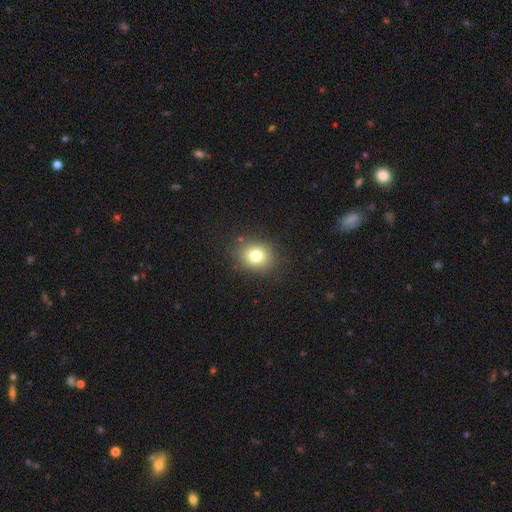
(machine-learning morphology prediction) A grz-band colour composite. It shows a smooth galaxy with no disk features (78%) that is round (67%). Merging: none (85%).